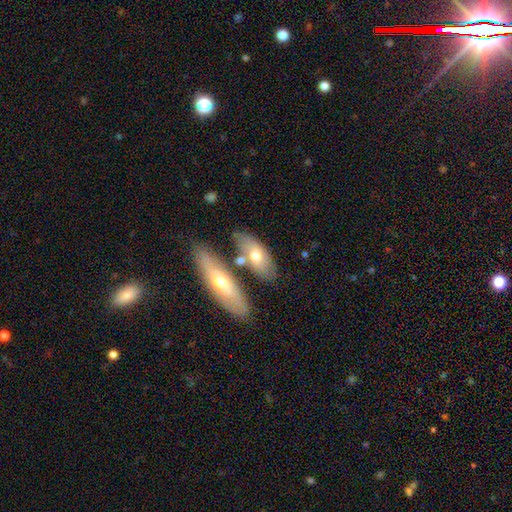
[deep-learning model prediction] smooth_or_featured: smooth (p=0.59) [alt: featured or disk p=0.34]
how_rounded: in between (p=0.73) [alt: cigar-shaped p=0.24]
merging: none (p=0.59) [alt: merger p=0.24]